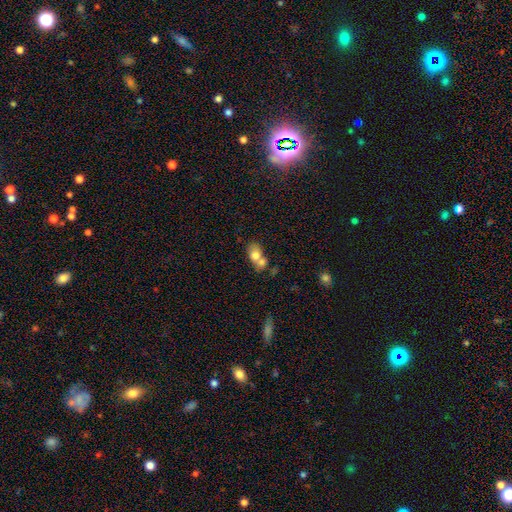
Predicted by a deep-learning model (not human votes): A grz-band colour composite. It shows a smooth galaxy with no disk features (73%) that is in between round and cigar-shaped (66%). Merging: merger (61%).